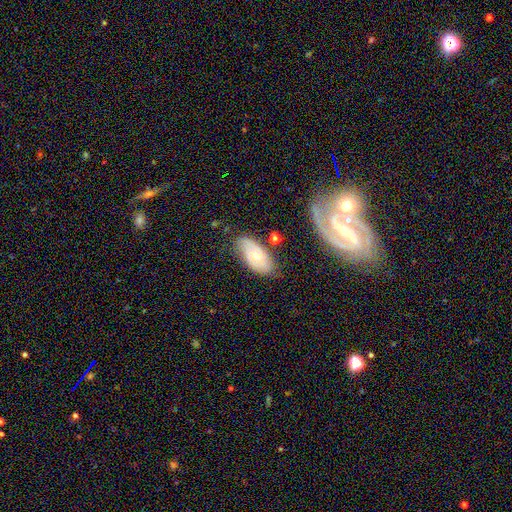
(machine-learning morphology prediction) Q: Smooth or featured?
A: featured or disk (47%); runner-up: smooth (45%)
Q: Merging?
A: none (63%); runner-up: minor disturbance (25%)